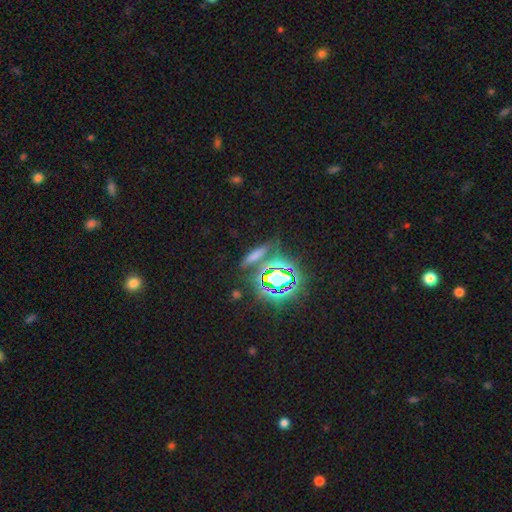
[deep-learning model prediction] Smooth or featured? Predicted: smooth (p=0.48). Merging? Predicted: none (p=0.77).